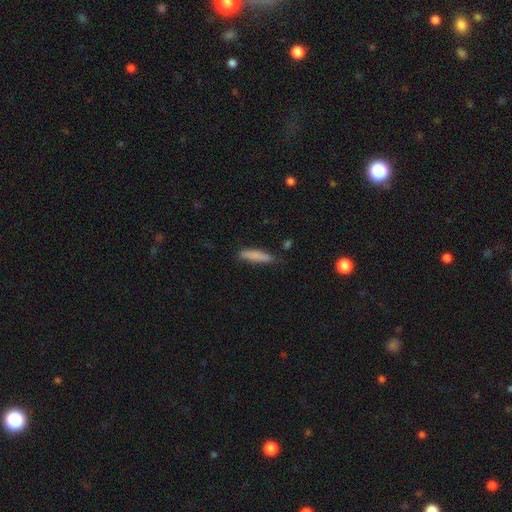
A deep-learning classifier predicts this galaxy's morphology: This appears to be a smooth galaxy with no disk features (84%) that is cigar-shaped (81%). Merging: none (78%).